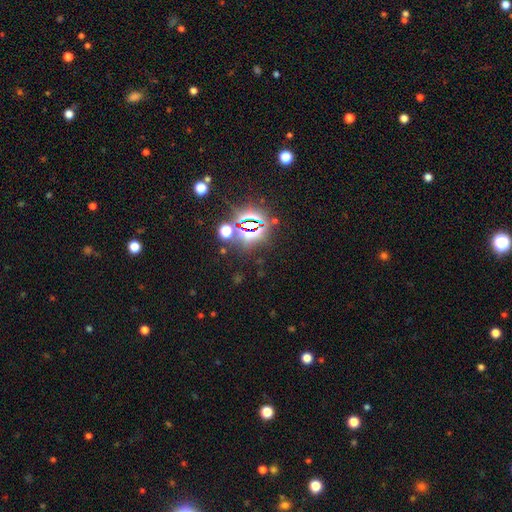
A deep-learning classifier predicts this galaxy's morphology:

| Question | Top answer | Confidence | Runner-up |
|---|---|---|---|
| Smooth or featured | star or artifact | 83% | smooth (10%) |